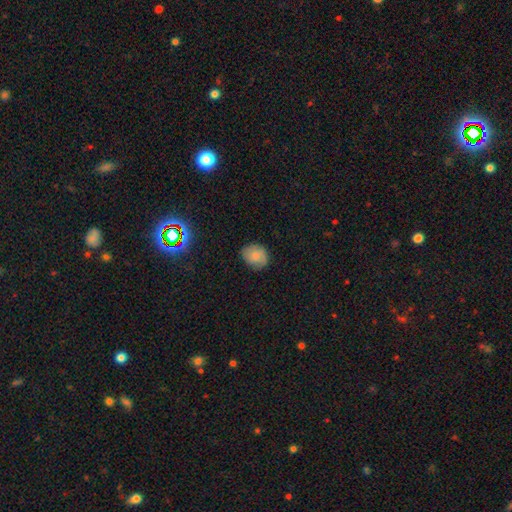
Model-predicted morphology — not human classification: Q: Smooth or featured?
A: smooth (76%); runner-up: featured or disk (14%)
Q: How rounded?
A: round (59%); runner-up: in between (40%)
Q: Merging?
A: none (77%); runner-up: minor disturbance (18%)